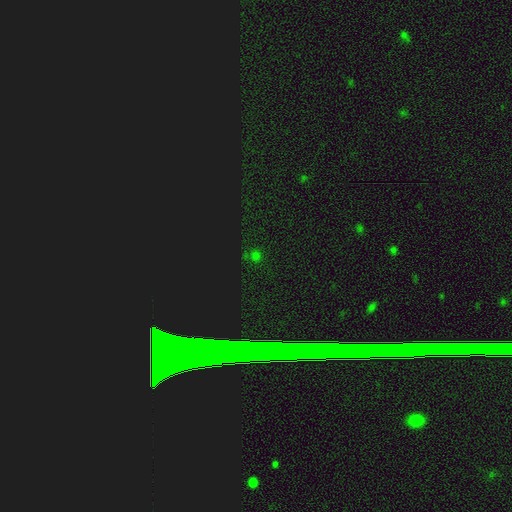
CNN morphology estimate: Smooth or featured? Predicted: star or artifact (p=0.51).